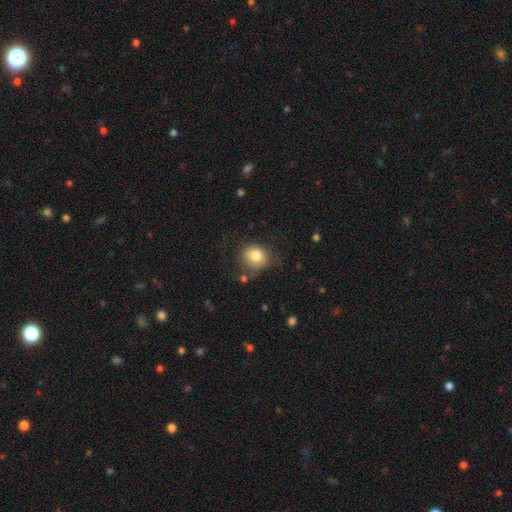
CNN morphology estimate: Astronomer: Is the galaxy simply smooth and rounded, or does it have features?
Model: smooth — 81%.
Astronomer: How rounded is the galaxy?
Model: round — 75%.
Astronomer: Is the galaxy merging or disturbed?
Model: none — 69%.